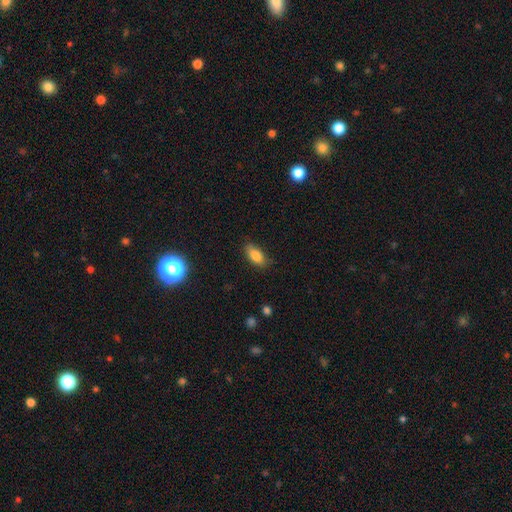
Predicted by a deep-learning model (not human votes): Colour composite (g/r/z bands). It shows a smooth galaxy with no disk features (84%) that is in between round and cigar-shaped (86%). Merging: none (79%).